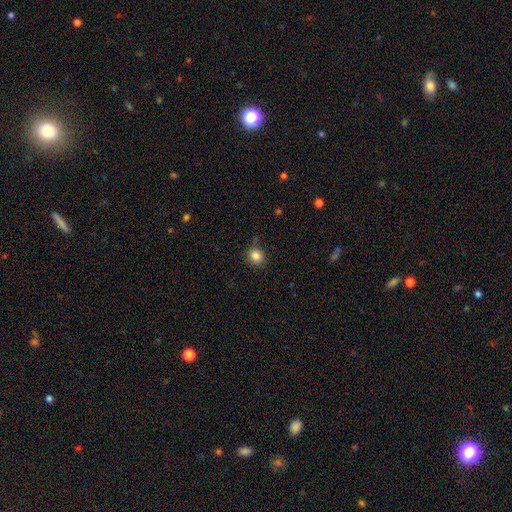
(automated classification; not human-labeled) Q: Smooth or featured?
A: smooth (85%); runner-up: star or artifact (11%)
Q: How rounded?
A: round (79%); runner-up: in between (20%)
Q: Merging?
A: none (80%); runner-up: minor disturbance (15%)